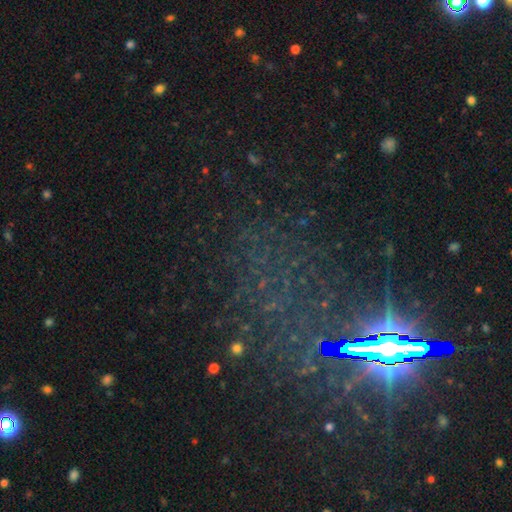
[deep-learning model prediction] The model was most divided on "smooth or featured": star or artifact: 72%, featured or disk: 15%, smooth: 13%.